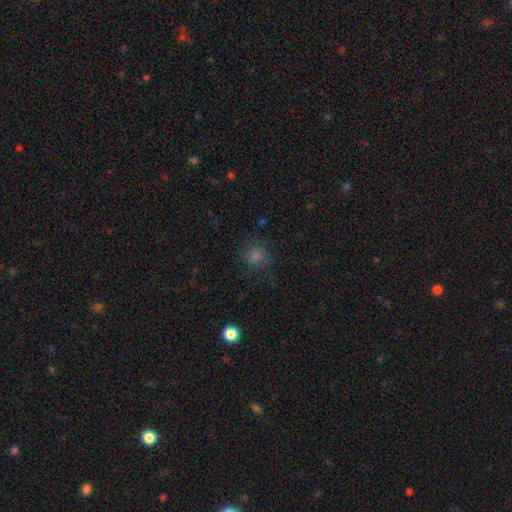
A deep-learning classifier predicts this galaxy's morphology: A smooth galaxy with no disk features (69%) that is round (88%). Merging: none (78%).